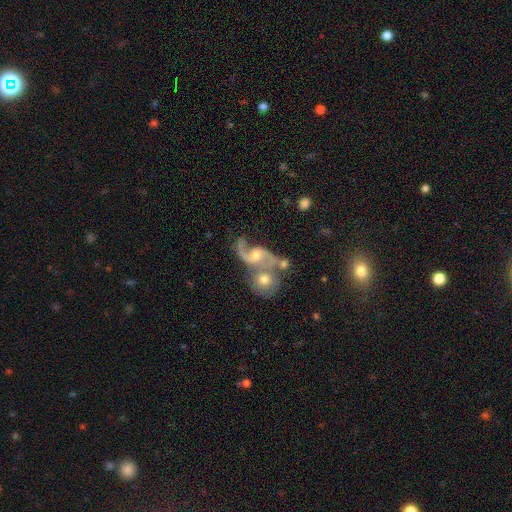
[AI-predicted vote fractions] The model was most divided on "merging": merger: 50%, none: 30%, major disturbance: 10%, minor disturbance: 10%. More confident: edge-on disk — no (90%); smooth or featured — featured or disk (55%).